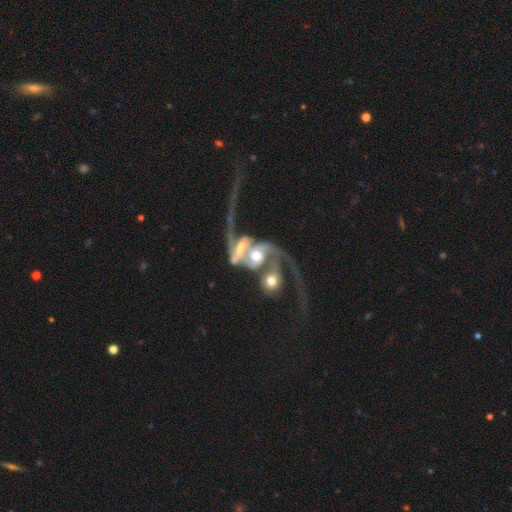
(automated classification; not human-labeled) Smooth or featured: featured or disk — 77% (smooth — 15%)
Edge-on disk: no — 95% (yes — 5%)
Bar: no — 55% (weak — 27%)
Spiral arms: yes — 84% (no — 16%)
Spiral winding: loose — 74% (medium — 19%)
Spiral arm count: 2 — 65% (1 — 16%)
Bulge size: moderate — 44% (large — 32%)
Merging: merger — 73% (major disturbance — 16%)